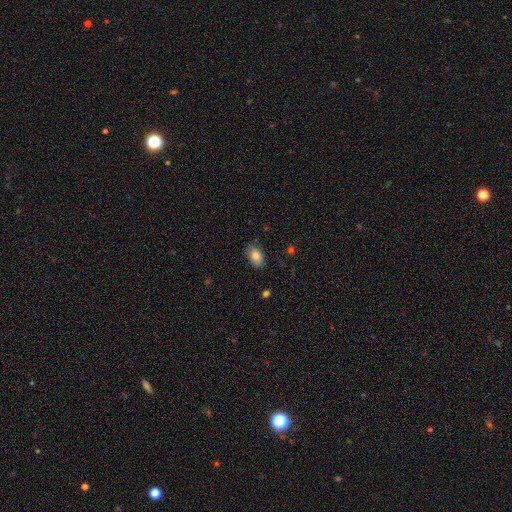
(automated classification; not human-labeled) Q: Smooth or featured?
A: smooth (83%); runner-up: featured or disk (9%)
Q: How rounded?
A: in between (89%); runner-up: round (9%)
Q: Merging?
A: none (81%); runner-up: minor disturbance (15%)